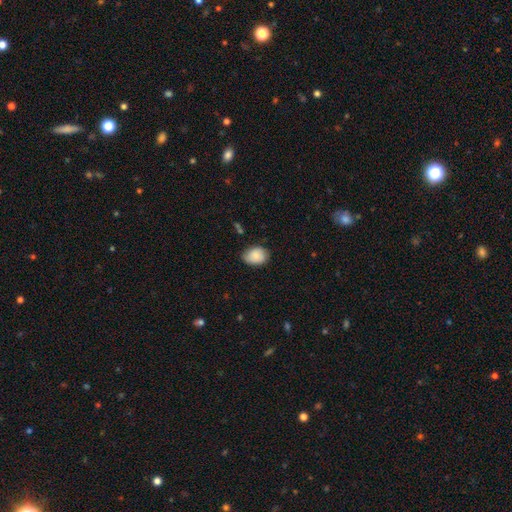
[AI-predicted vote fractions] Q: Smooth or featured?
A: smooth (79%); runner-up: featured or disk (14%)
Q: How rounded?
A: in between (73%); runner-up: round (26%)
Q: Merging?
A: none (74%); runner-up: minor disturbance (21%)